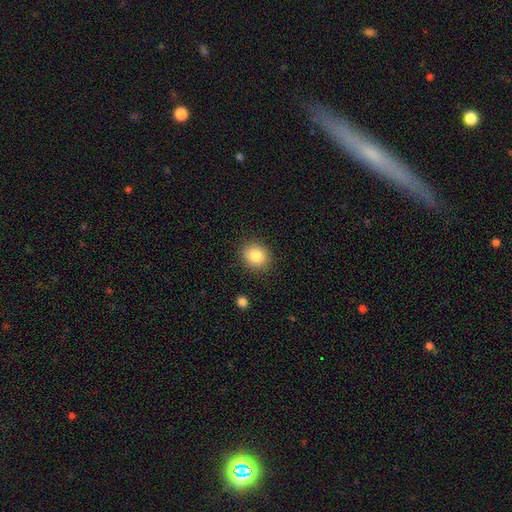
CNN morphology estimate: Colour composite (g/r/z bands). It shows a smooth galaxy with no disk features (84%) that is round (67%). Merging: none (87%).